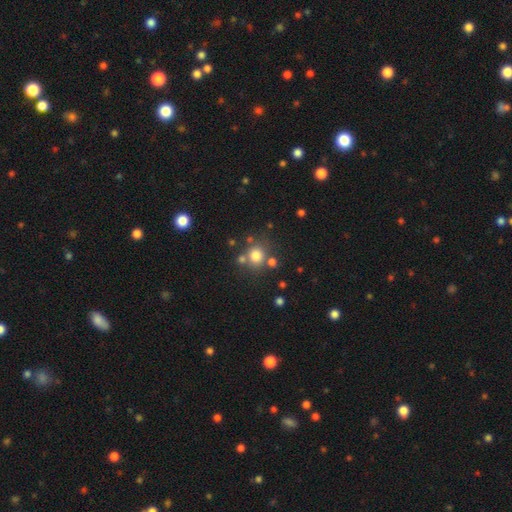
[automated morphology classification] Smooth or featured? smooth (76%)
How rounded? round (86%)
Merging? none (69%)